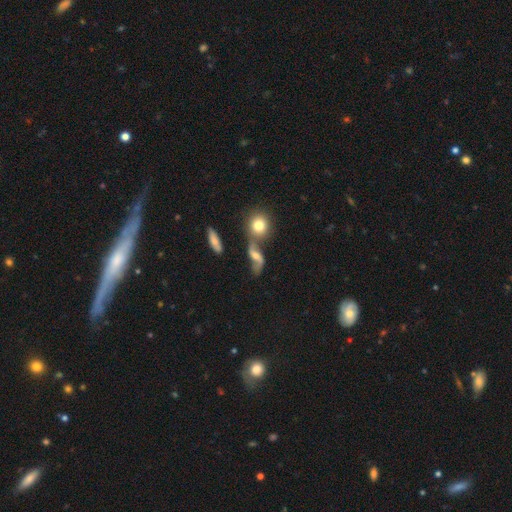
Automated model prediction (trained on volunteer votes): The model was most divided on "bar": weak: 46%, no: 38%, strong: 16%. Remaining: edge-on disk — no (92%); spiral arm count — 2 (90%); spiral arms — yes (88%); spiral winding — loose (78%); smooth or featured — featured or disk (65%); merging — none (47%); bulge size — moderate (46%).